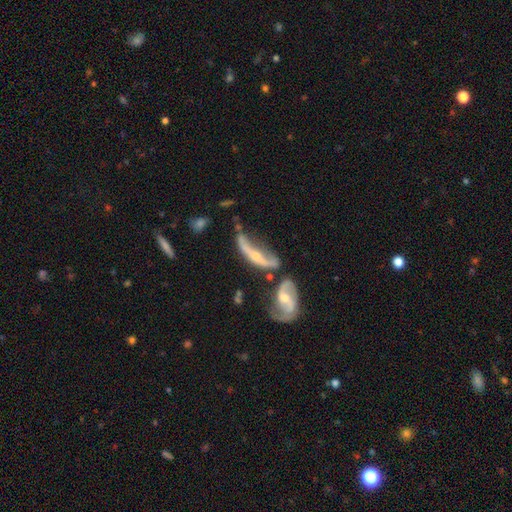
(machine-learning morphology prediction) A featured or disk galaxy (71%).

Vote fractions:
- Smooth or featured? featured or disk: 71% / smooth: 21% / star or artifact: 8%
- Edge-on disk? no: 68% / yes: 32%
- Merging? merger: 39% / none: 22% / major disturbance: 22% / minor disturbance: 17%